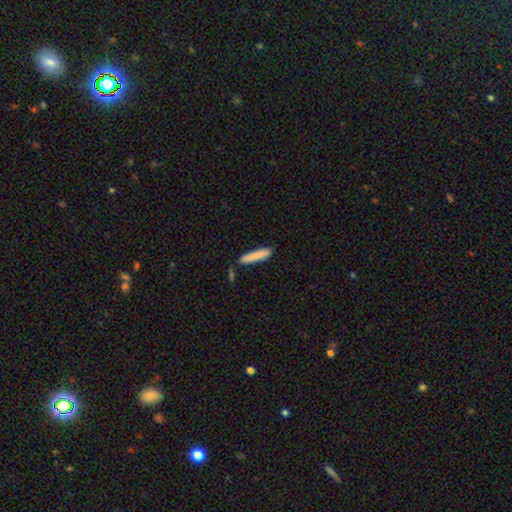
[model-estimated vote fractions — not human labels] Smooth or featured? Predicted: smooth (p=0.84). How rounded? Predicted: cigar-shaped (p=0.87). Merging? Predicted: none (p=0.80).